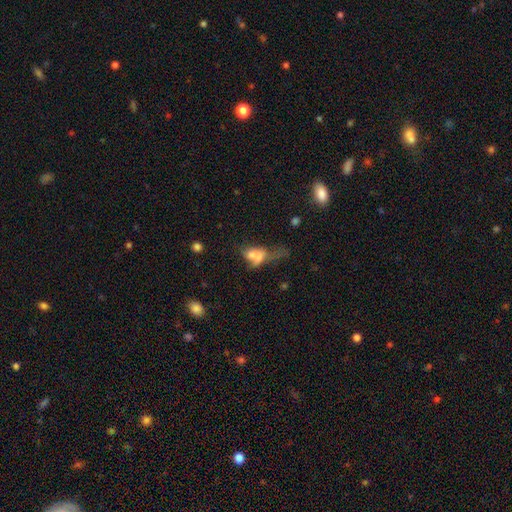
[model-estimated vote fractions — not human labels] Smooth or featured? Predicted: smooth (p=0.61). How rounded? Predicted: in between (p=0.73). Merging? Predicted: merger (p=0.55).